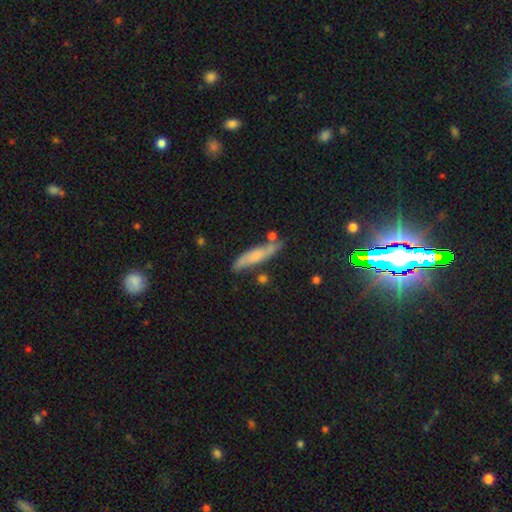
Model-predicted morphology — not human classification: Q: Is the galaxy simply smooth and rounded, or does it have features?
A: smooth — 59%.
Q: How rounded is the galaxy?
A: cigar-shaped — 83%.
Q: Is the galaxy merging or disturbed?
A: none — 72%.